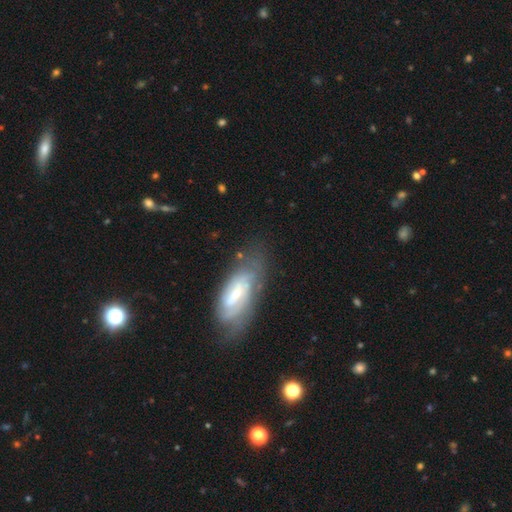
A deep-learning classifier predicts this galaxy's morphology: Overall: featured or disk (55%; smooth 33%). Edge-on disk: no (78%). Merging: none (65%).